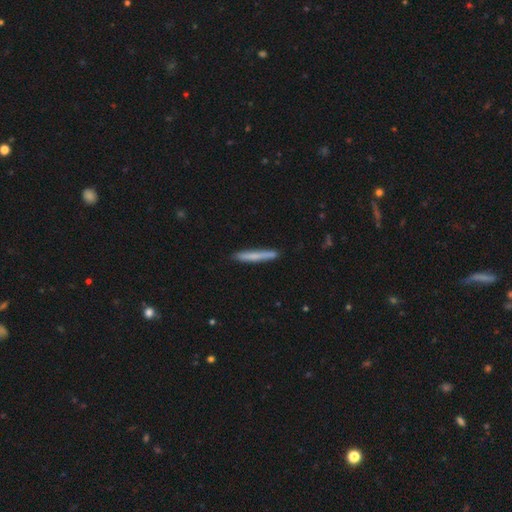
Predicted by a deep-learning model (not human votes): The model was most divided on "smooth or featured": smooth: 67%, featured or disk: 27%, star or artifact: 6%. More confident: how rounded — cigar-shaped (96%); merging — none (88%).